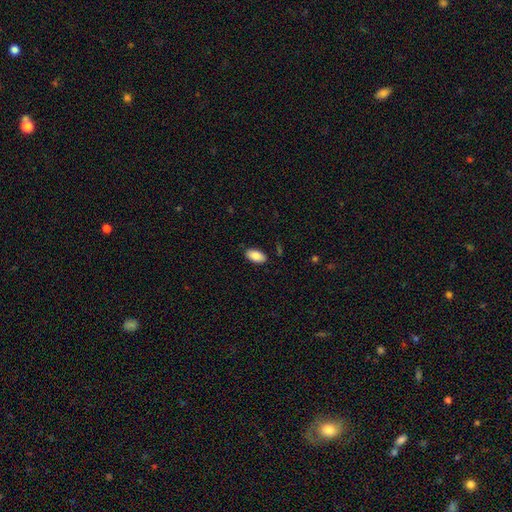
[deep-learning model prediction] Overall: smooth (88%). How rounded: in between (94%). Merging: none (86%).